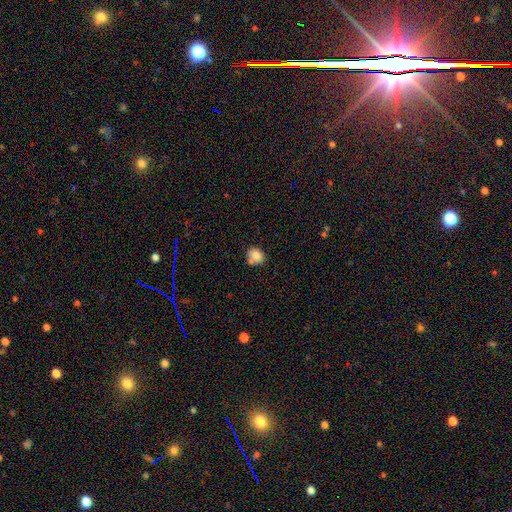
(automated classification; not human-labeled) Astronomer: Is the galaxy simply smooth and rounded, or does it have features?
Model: smooth — 80%.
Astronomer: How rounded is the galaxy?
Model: round — 62%.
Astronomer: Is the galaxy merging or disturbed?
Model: none — 58%.